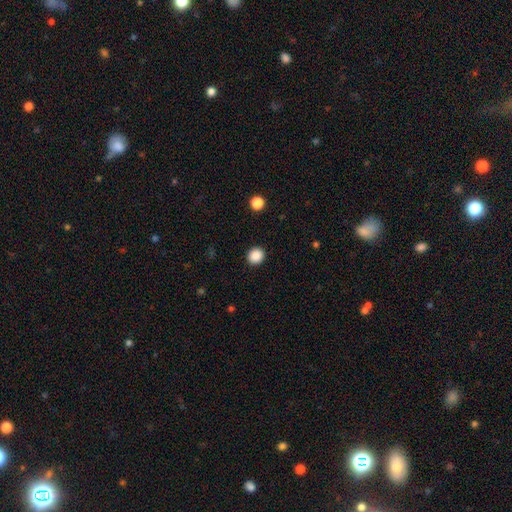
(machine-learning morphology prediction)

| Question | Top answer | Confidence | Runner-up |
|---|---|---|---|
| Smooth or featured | smooth | 88% | star or artifact (10%) |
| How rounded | round | 85% | in between (14%) |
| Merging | none | 92% | minor disturbance (5%) |